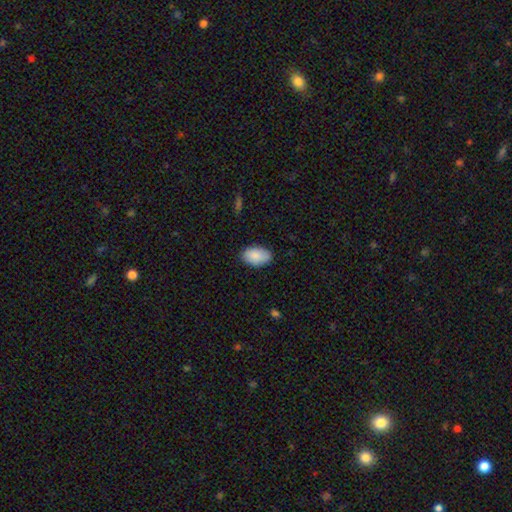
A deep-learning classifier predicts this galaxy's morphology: A smooth galaxy with no disk features (89%) that is in between round and cigar-shaped (93%). Merging: none (84%).